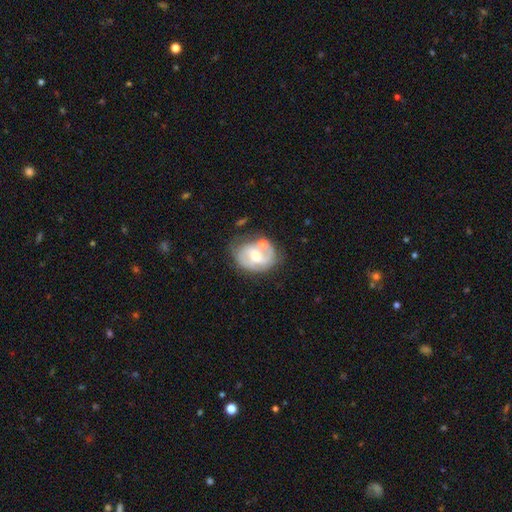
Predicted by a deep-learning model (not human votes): This appears to be a featured or disk galaxy (72%) with a weak bar (48%), 2 (73%) medium (48%) spiral arms (84%) and a moderate central bulge (56%). Merging: none (52%).